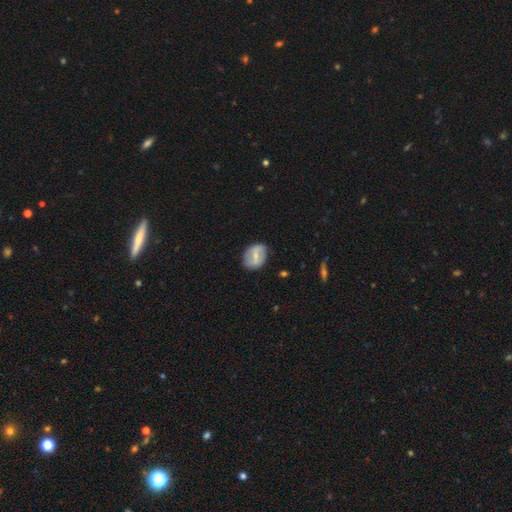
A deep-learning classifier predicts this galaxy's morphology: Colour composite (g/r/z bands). It shows a featured or disk galaxy (47%). Merging: none (79%).